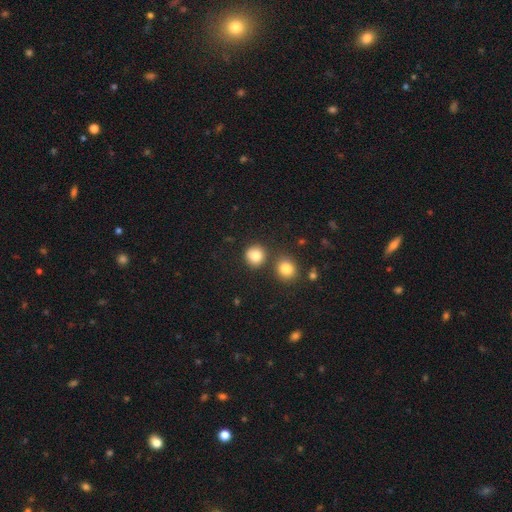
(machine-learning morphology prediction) Smooth or featured: smooth — 83% (star or artifact — 11%)
How rounded: round — 90% (in between — 9%)
Merging: none — 77% (merger — 11%)